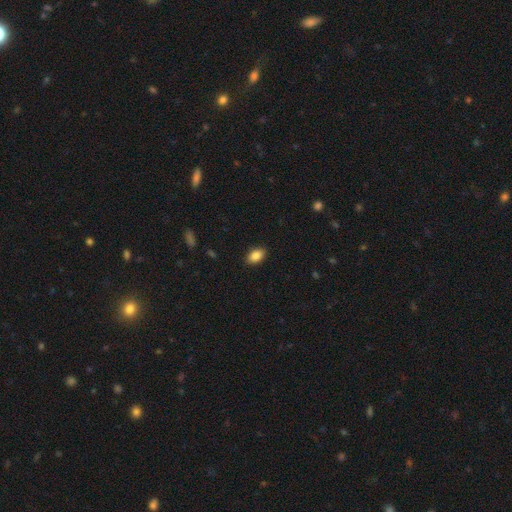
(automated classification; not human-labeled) Smooth or featured: smooth — 87% (star or artifact — 8%)
How rounded: in between — 89% (round — 9%)
Merging: none — 89% (minor disturbance — 8%)